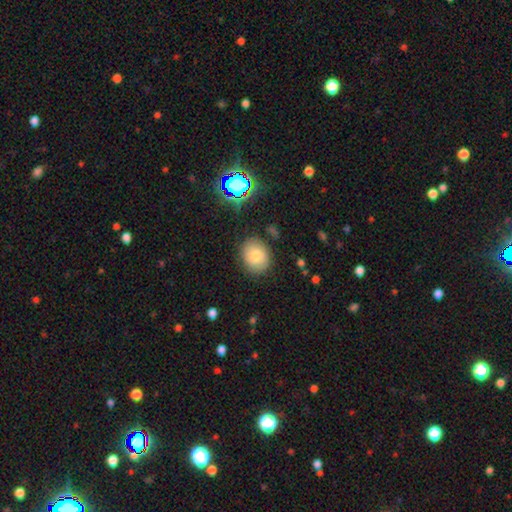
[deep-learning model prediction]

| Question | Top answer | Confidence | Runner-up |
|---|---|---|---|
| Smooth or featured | smooth | 79% | featured or disk (11%) |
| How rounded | round | 58% | in between (41%) |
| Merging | none | 81% | minor disturbance (13%) |